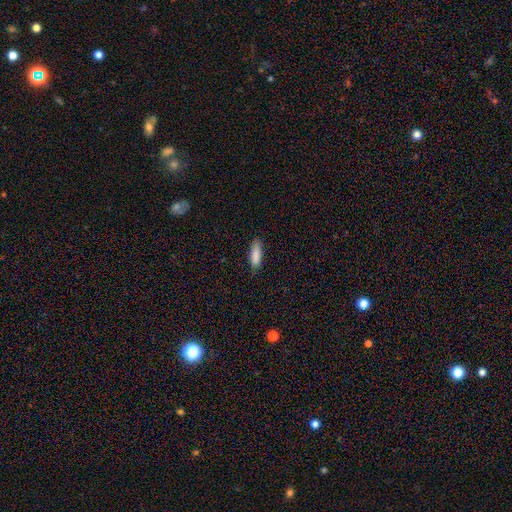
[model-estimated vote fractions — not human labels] Morphology: type=smooth (87%); roundness=in between (54%); merging=none (81%).